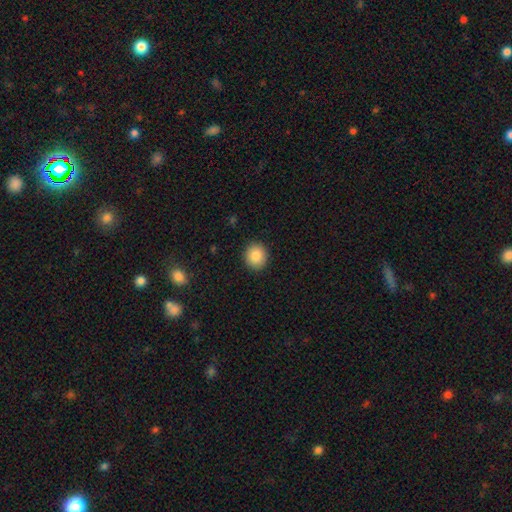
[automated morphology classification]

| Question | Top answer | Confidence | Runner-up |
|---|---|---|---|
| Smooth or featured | smooth | 87% | star or artifact (9%) |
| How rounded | round | 86% | in between (13%) |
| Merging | none | 91% | minor disturbance (6%) |